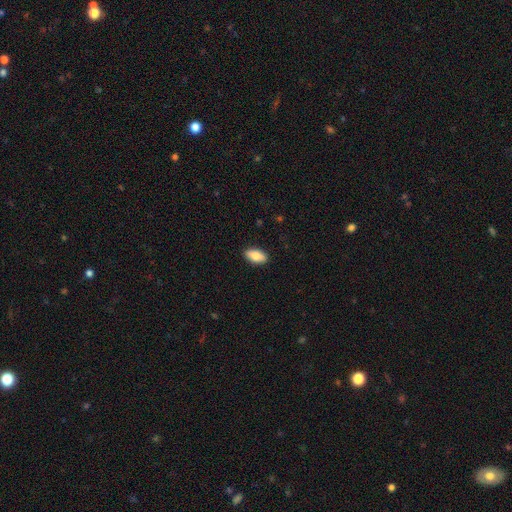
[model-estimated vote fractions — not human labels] This is clearly a smooth galaxy (83%). How rounded: clearly in between (92%). Merging: clearly none (89%).